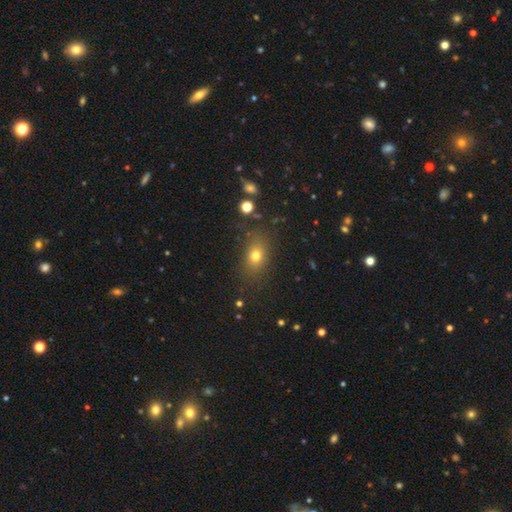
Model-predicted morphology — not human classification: Smooth or featured? smooth (72%)
How rounded? in between (66%)
Merging? none (80%)